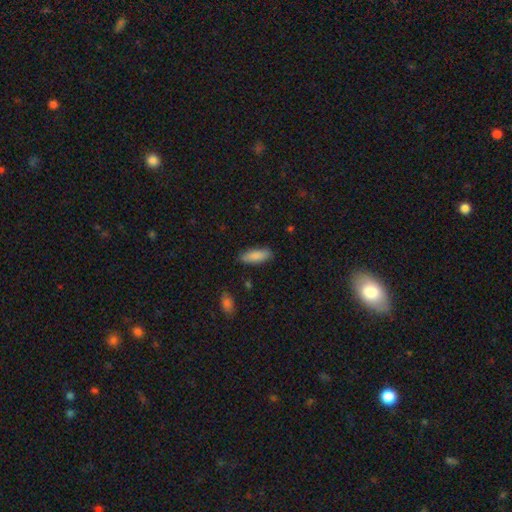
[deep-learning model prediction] smooth 87%, featured or disk 7%, star or artifact 6%. Down the decision tree: how rounded — in between (64%); merging — none (85%).